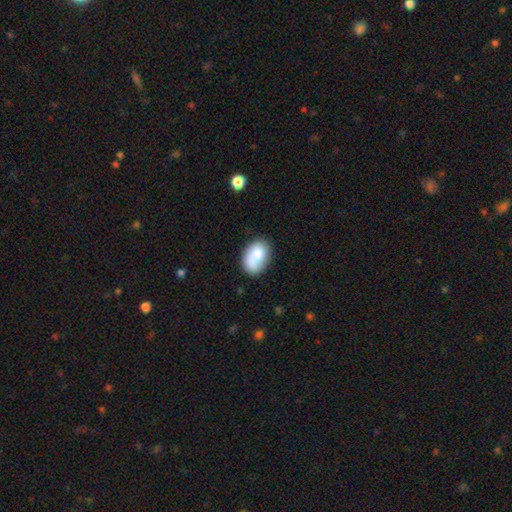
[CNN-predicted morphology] Overall: smooth (76%). How rounded: in between (84%). Merging: none (52%; minor disturbance 21%).